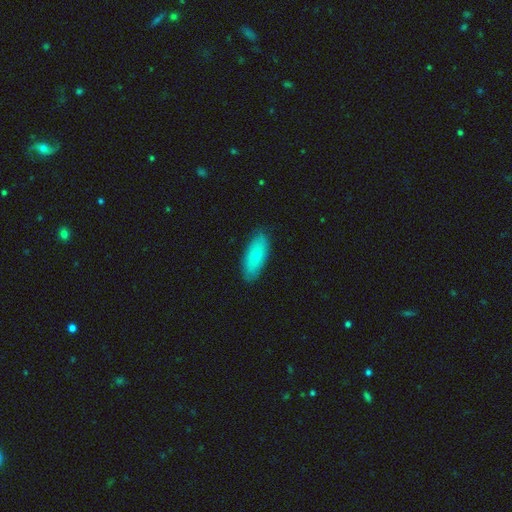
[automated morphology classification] type=smooth (71%); roundness=in between (82%); merging=none (84%).